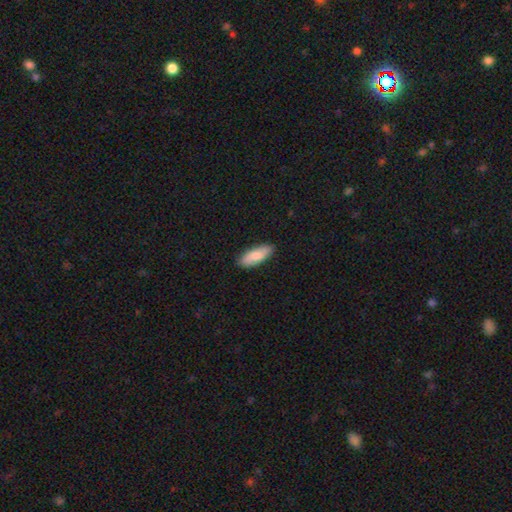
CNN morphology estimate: smooth 78%, featured or disk 17%, star or artifact 5%. Down the decision tree: how rounded — in between (72%); merging — none (87%).